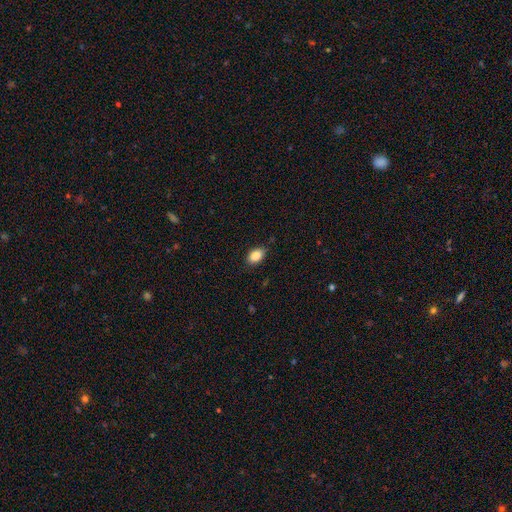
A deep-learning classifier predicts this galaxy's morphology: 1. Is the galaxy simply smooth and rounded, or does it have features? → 86% smooth, 8% star or artifact, 6% featured or disk.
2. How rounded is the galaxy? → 86% in between, 12% round, 1% cigar-shaped.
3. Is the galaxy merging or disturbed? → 84% none, 13% minor disturbance, 2% major disturbance, 1% merger.